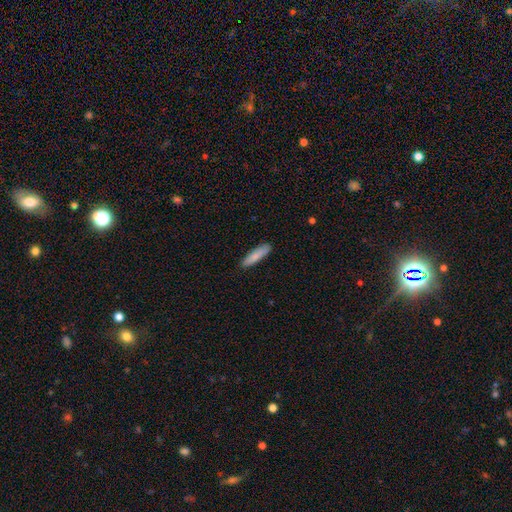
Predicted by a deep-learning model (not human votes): smooth-or-featured: smooth: 84% | featured or disk: 10% | star or artifact: 6%
  how-rounded: cigar-shaped: 80% | in between: 18% | round: 1%
  merging: none: 88% | minor disturbance: 9% | major disturbance: 2% | merger: 1%